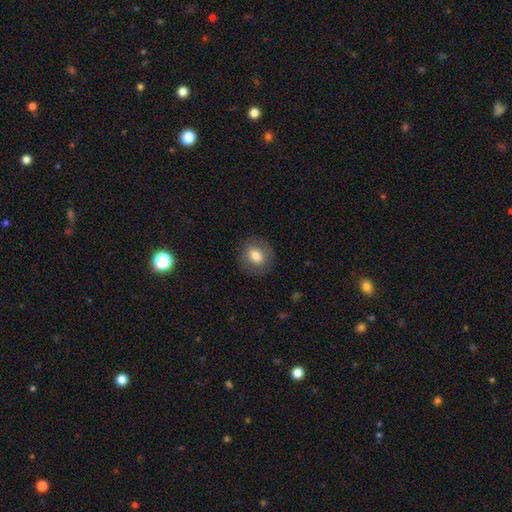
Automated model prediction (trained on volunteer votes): Smooth or featured? smooth (74%)
How rounded? round (69%)
Merging? none (85%)